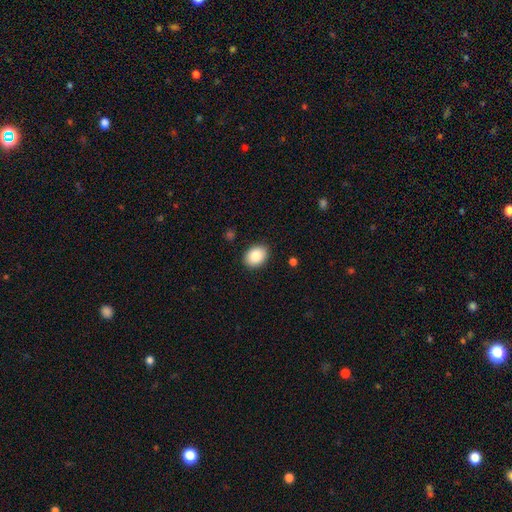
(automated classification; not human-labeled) smooth-or-featured: smooth: 87% | star or artifact: 7% | featured or disk: 6%
  how-rounded: in between: 73% | round: 26% | cigar-shaped: 1%
  merging: none: 88% | minor disturbance: 9% | major disturbance: 2% | merger: 1%